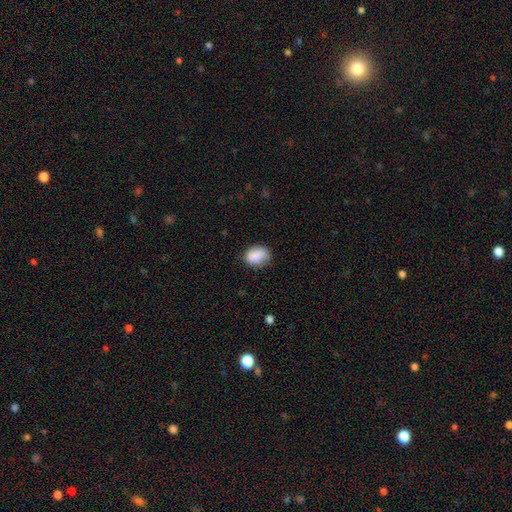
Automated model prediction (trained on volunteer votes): Overall: smooth (87%). How rounded: in between (62%; round 37%). Merging: none (70%).